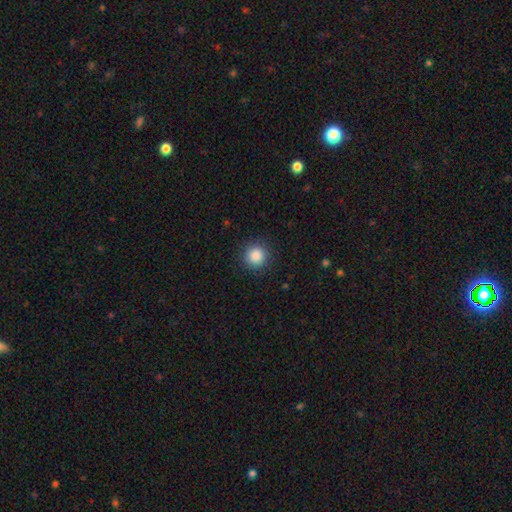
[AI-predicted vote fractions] smooth_or_featured: smooth (p=0.87) [alt: star or artifact p=0.10]
how_rounded: round (p=0.95) [alt: in between p=0.04]
merging: none (p=0.91) [alt: minor disturbance p=0.06]